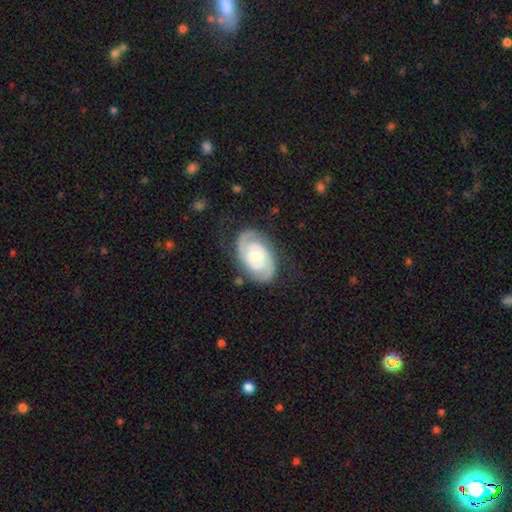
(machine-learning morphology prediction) Q: Smooth or featured?
A: featured or disk (87%); runner-up: smooth (9%)
Q: Edge-on disk?
A: no (97%); runner-up: yes (3%)
Q: Bar?
A: no (48%); runner-up: weak (41%)
Q: Spiral arms?
A: yes (97%); runner-up: no (3%)
Q: Spiral winding?
A: tight (63%); runner-up: medium (31%)
Q: Spiral arm count?
A: 2 (85%); runner-up: can't tell (7%)
Q: Bulge size?
A: small (48%); runner-up: moderate (40%)
Q: Merging?
A: none (76%); runner-up: minor disturbance (16%)